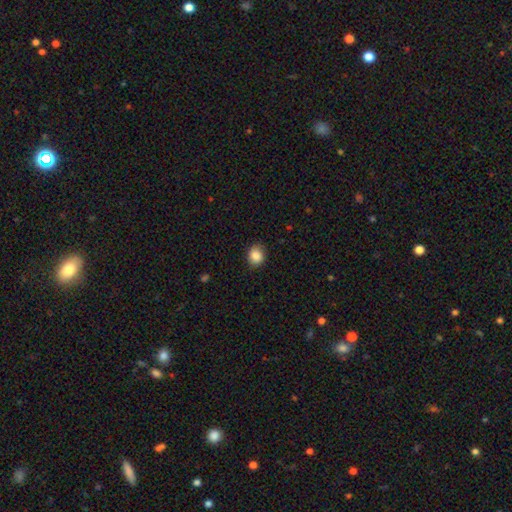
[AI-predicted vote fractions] This is clearly a smooth galaxy (86%). How rounded: likely round (61%). Merging: clearly none (85%).